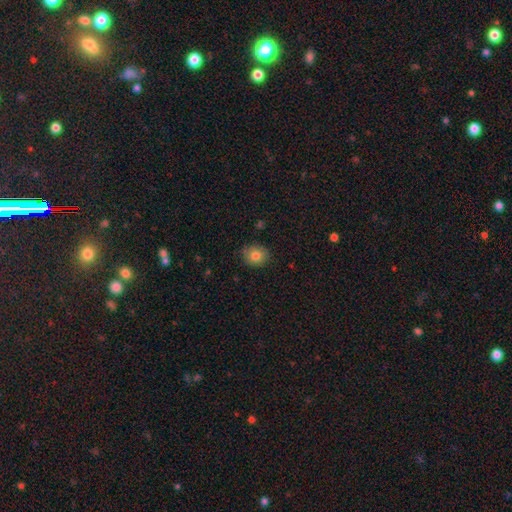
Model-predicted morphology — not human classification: This appears to be a smooth galaxy with no disk features (81%) that is round (74%). Merging: none (84%).